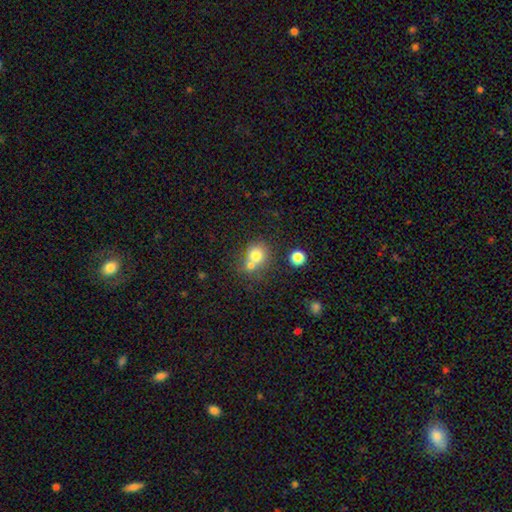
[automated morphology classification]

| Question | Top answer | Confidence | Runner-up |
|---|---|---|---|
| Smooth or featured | smooth | 75% | featured or disk (13%) |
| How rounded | round | 80% | in between (19%) |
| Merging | none | 44% | merger (43%) |